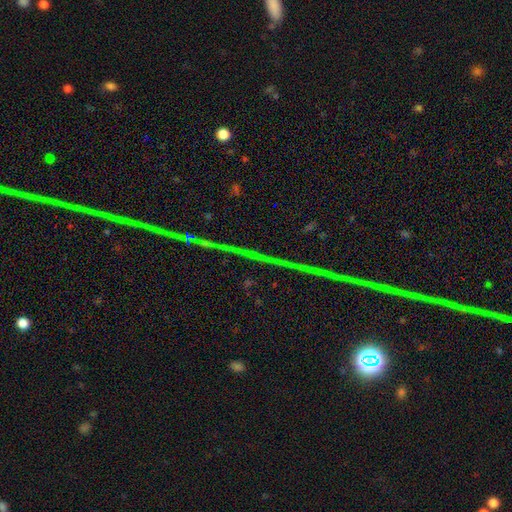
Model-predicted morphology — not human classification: The model was most divided on "smooth or featured": star or artifact: 85%, featured or disk: 9%, smooth: 6%.